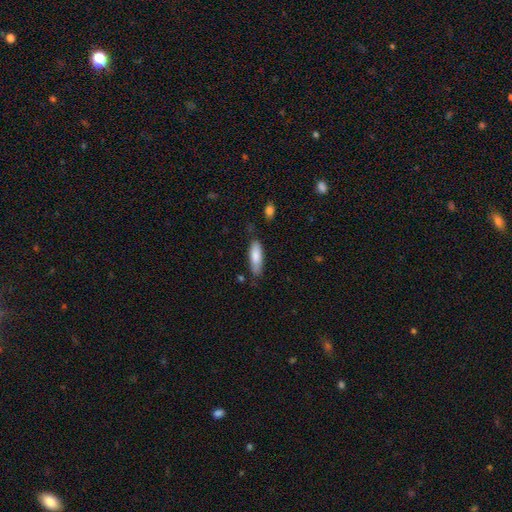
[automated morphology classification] Q: Smooth or featured?
A: smooth (82%); runner-up: featured or disk (12%)
Q: How rounded?
A: in between (50%); runner-up: cigar-shaped (48%)
Q: Merging?
A: none (75%); runner-up: minor disturbance (19%)